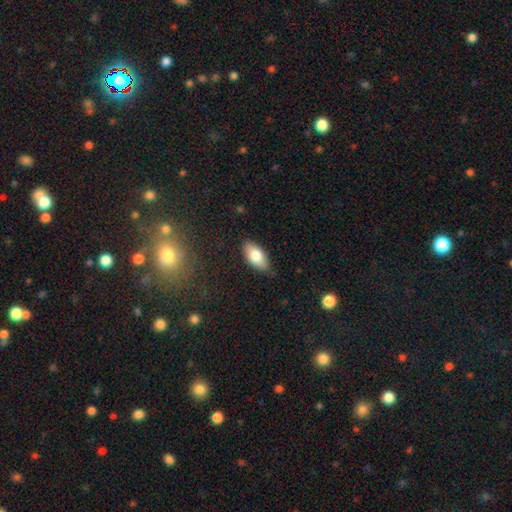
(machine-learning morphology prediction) smooth_or_featured: smooth (p=0.79) [alt: featured or disk p=0.14]
how_rounded: in between (p=0.92) [alt: cigar-shaped p=0.05]
merging: none (p=0.85) [alt: minor disturbance p=0.11]